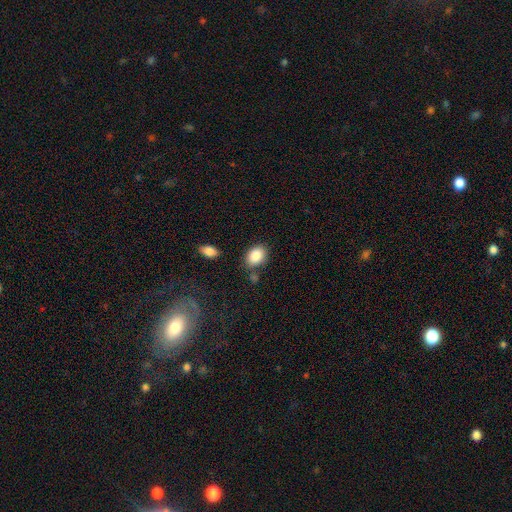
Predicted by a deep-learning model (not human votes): Morphology: type=smooth (87%); roundness=in between (75%); merging=none (74%).